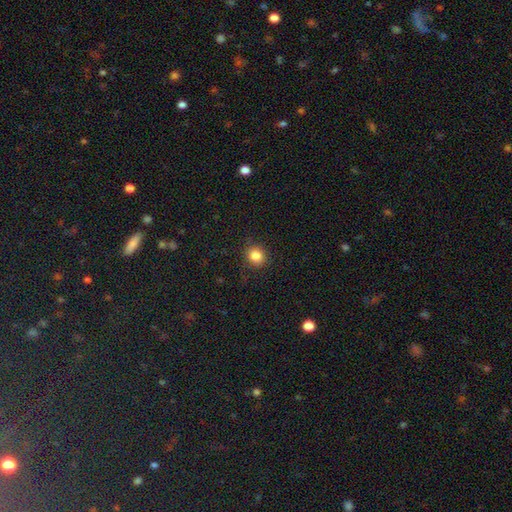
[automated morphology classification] Smooth or featured?
  - smooth: 85% *
  - star or artifact: 11%
  - featured or disk: 4%
How rounded?
  - round: 85% *
  - in between: 14%
  - cigar-shaped: 1%
Merging?
  - none: 89% *
  - minor disturbance: 8%
  - major disturbance: 2%
  - merger: 1%